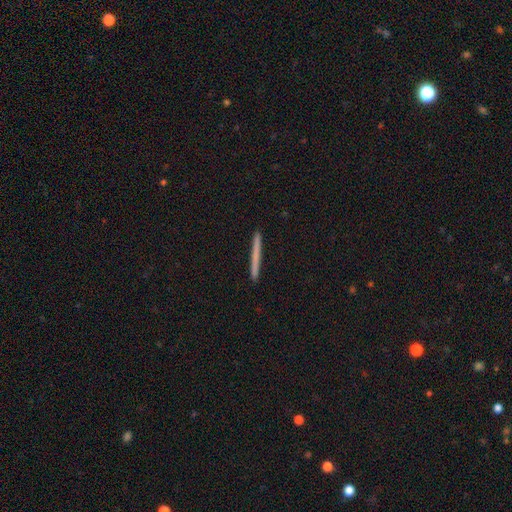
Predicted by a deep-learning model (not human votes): smooth_or_featured: smooth (p=0.62) [alt: featured or disk p=0.32]
how_rounded: cigar-shaped (p=0.97) [alt: in between p=0.01]
merging: none (p=0.92) [alt: minor disturbance p=0.05]